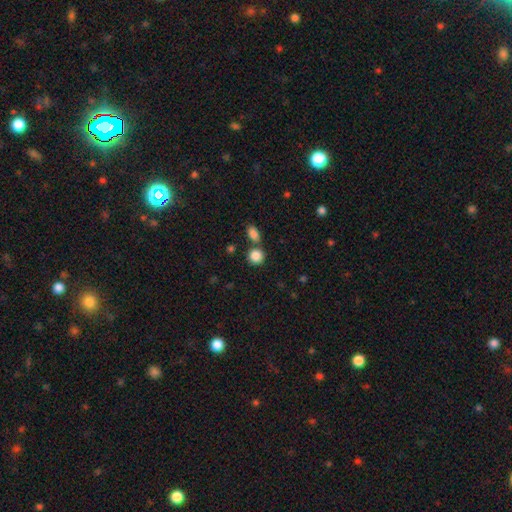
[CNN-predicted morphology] Q: Smooth or featured?
A: smooth (87%); runner-up: star or artifact (9%)
Q: How rounded?
A: round (84%); runner-up: in between (15%)
Q: Merging?
A: none (66%); runner-up: merger (22%)